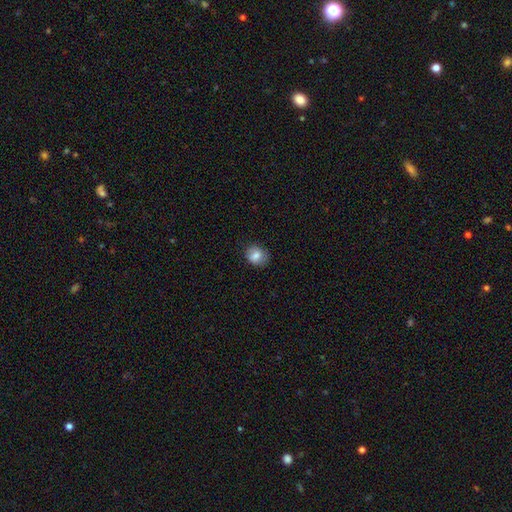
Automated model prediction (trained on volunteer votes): Overall: smooth (80%). How rounded: round (57%; in between 42%). Merging: none (80%).